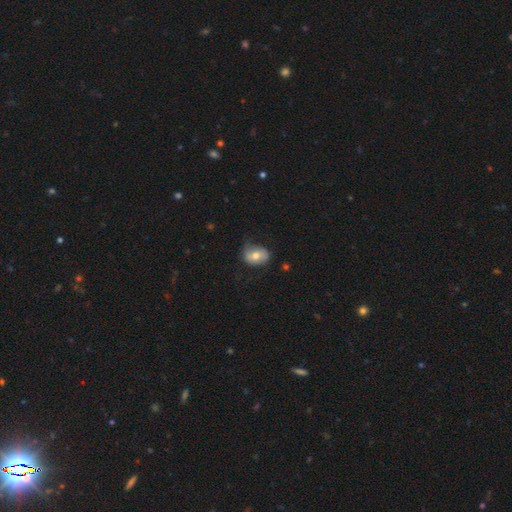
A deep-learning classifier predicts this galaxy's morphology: A smooth galaxy with no disk features (64%) that is in between round and cigar-shaped (70%).

Vote fractions:
- Smooth or featured? smooth: 64% / featured or disk: 28% / star or artifact: 8%
- How rounded? in between: 70% / round: 28% / cigar-shaped: 1%
- Merging? none: 60% / minor disturbance: 30% / major disturbance: 9% / merger: 2%